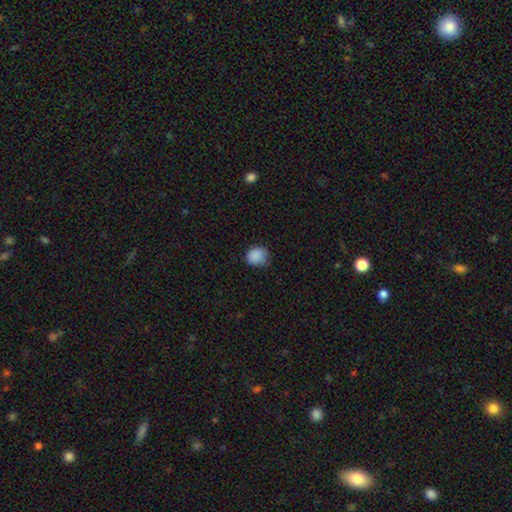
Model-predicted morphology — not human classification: type=smooth (87%); roundness=round (66%); merging=none (66%).